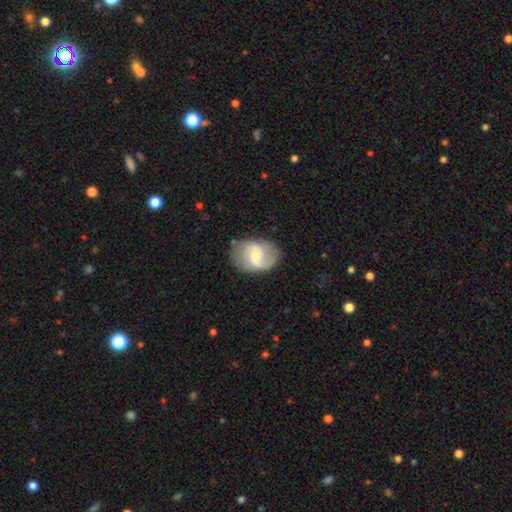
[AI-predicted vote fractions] Morphology: type=featured or disk (77%); edge-on=no (97%); bar=weak (52%); spiral arms=yes (93%); winding=medium (46%); arm count=2 (84%); bulge=moderate (50%); merging=none (75%).